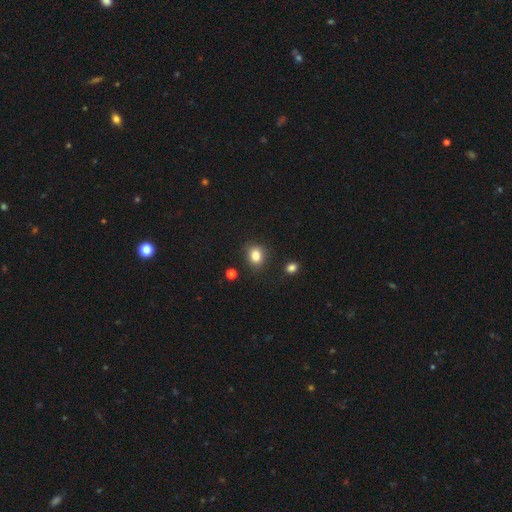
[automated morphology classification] smooth_or_featured: smooth (p=0.83) [alt: star or artifact p=0.12]
how_rounded: round (p=0.67) [alt: in between p=0.32]
merging: none (p=0.85) [alt: minor disturbance p=0.10]